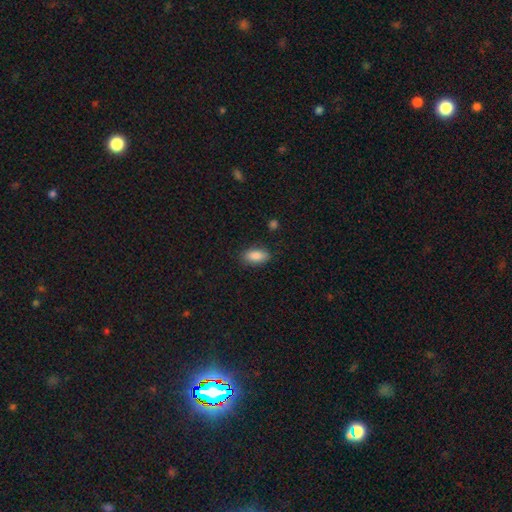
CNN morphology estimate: A smooth galaxy with no disk features (87%) that is in between round and cigar-shaped (89%). Merging: none (85%).